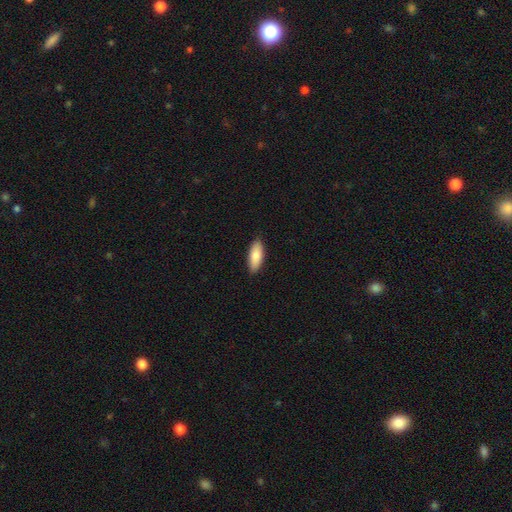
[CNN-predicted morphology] A smooth galaxy with no disk features (86%) that is in between round and cigar-shaped (76%).

Vote fractions:
- Smooth or featured? smooth: 86% / featured or disk: 9% / star or artifact: 5%
- How rounded? in between: 76% / cigar-shaped: 23% / round: 2%
- Merging? none: 88% / minor disturbance: 9% / major disturbance: 2% / merger: 1%